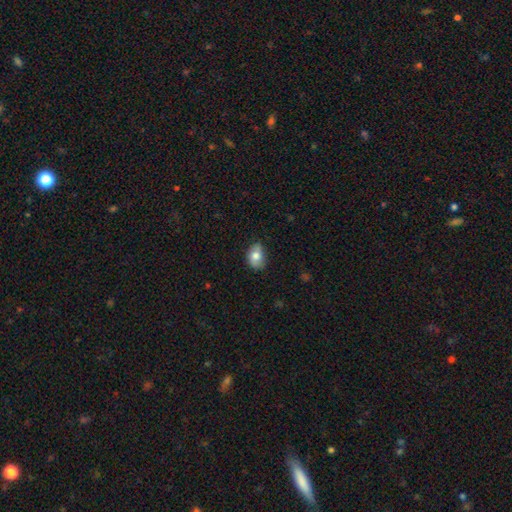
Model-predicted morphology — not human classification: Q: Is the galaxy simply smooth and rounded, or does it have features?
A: smooth — 79%.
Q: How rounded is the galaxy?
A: in between — 77%.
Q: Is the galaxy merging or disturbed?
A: none — 73%.